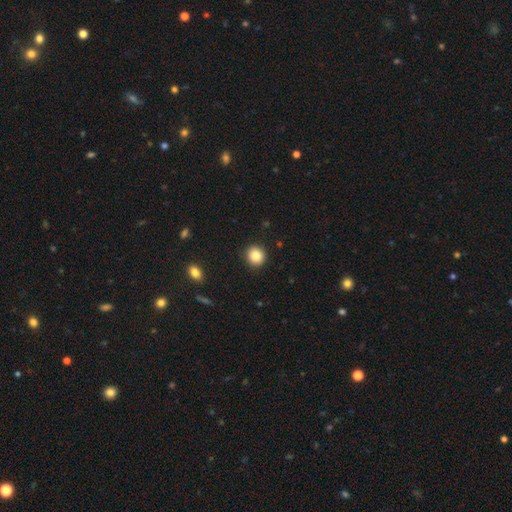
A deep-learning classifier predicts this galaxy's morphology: A smooth galaxy with no disk features (84%) that is round (88%).

Vote fractions:
- Smooth or featured? smooth: 84% / star or artifact: 10% / featured or disk: 6%
- How rounded? round: 88% / in between: 11% / cigar-shaped: 1%
- Merging? none: 92% / minor disturbance: 6% / major disturbance: 2% / merger: 1%